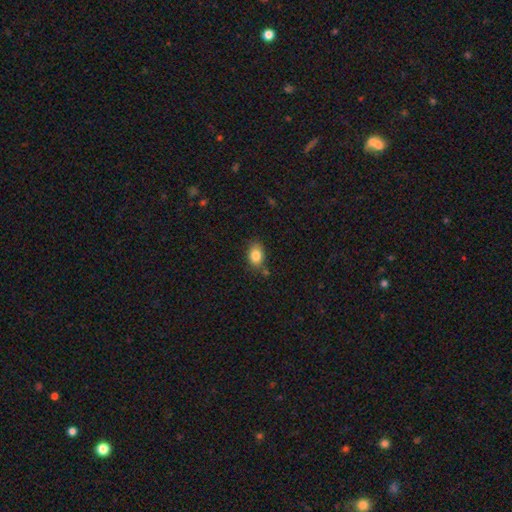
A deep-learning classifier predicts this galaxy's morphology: A smooth galaxy with no disk features (83%) that is in between round and cigar-shaped (74%).

Vote fractions:
- Smooth or featured? smooth: 83% / star or artifact: 9% / featured or disk: 8%
- How rounded? in between: 74% / round: 25% / cigar-shaped: 1%
- Merging? none: 72% / minor disturbance: 19% / merger: 5% / major disturbance: 4%